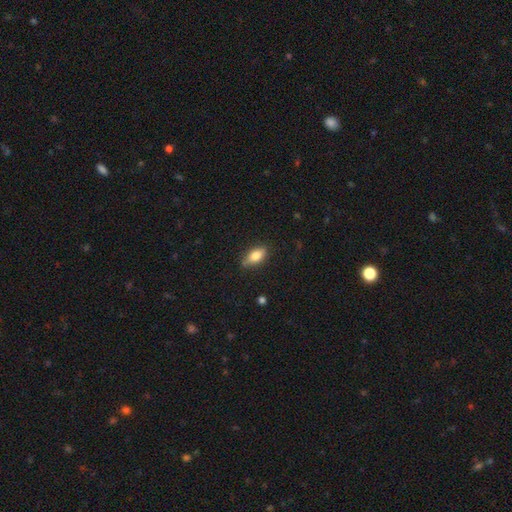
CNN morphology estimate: Smooth or featured? Predicted: smooth (p=0.77). How rounded? Predicted: in between (p=0.85). Merging? Predicted: none (p=0.79).